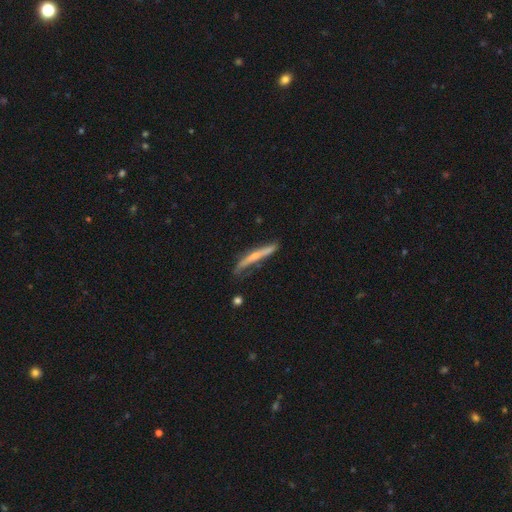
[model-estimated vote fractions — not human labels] This is likely a featured or disk galaxy (61%). It is clearly viewed edge-on (92%). Edge-on bulge: likely rounded (66%). Merging: likely none (66%).